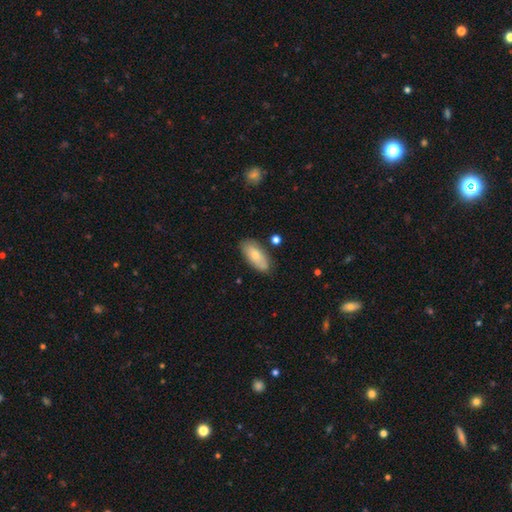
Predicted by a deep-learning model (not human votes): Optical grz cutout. It shows a smooth galaxy with no disk features (70%) that is in between round and cigar-shaped (88%). Merging: none (77%).